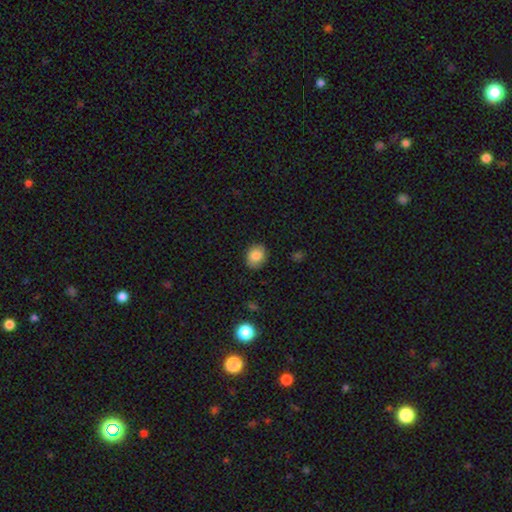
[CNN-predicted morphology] This is clearly a smooth galaxy (84%). How rounded: possibly round (54%). Merging: clearly none (87%).